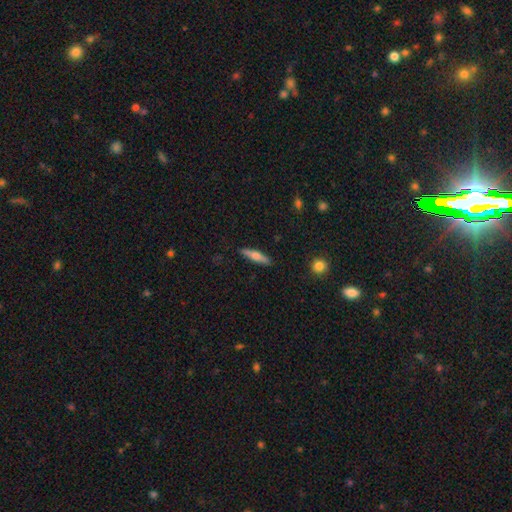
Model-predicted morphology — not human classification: Smooth or featured? smooth (55%)
How rounded? cigar-shaped (82%)
Merging? none (89%)